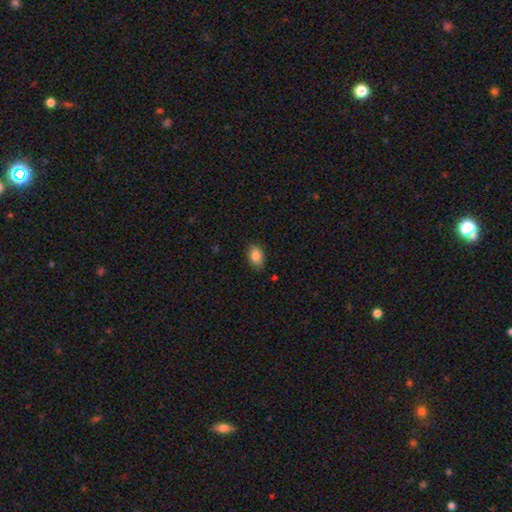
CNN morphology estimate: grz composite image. It shows a smooth galaxy with no disk features (86%) that is in between round and cigar-shaped (84%). Merging: none (85%).